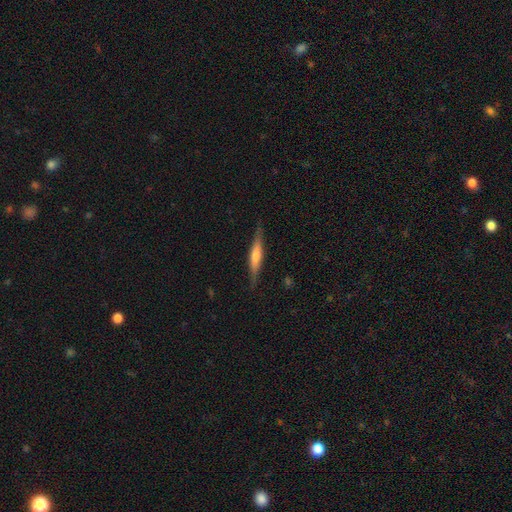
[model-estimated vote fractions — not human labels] Morphology: type=featured or disk (56%); edge-on=yes (96%); edge-on bulge=rounded (61%); merging=none (86%).